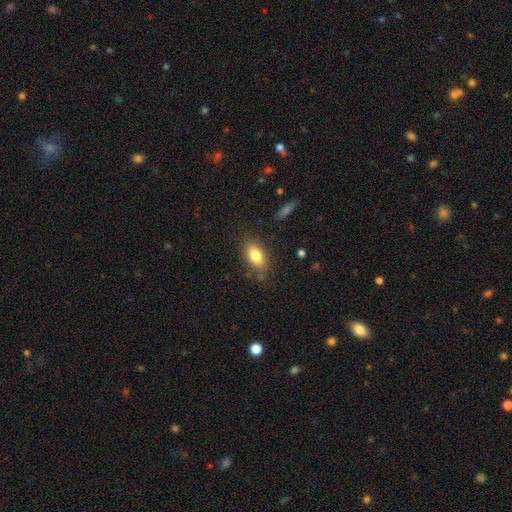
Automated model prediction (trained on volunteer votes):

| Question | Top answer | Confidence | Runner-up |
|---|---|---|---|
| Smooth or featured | smooth | 81% | featured or disk (11%) |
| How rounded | in between | 88% | round (7%) |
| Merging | none | 79% | minor disturbance (14%) |